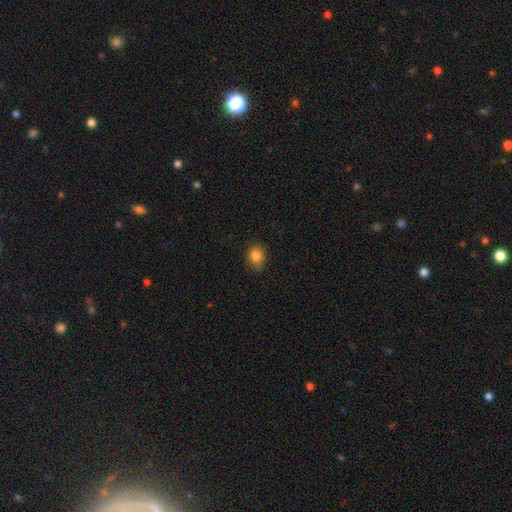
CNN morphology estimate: Smooth or featured? smooth (85%)
How rounded? round (55%)
Merging? none (73%)